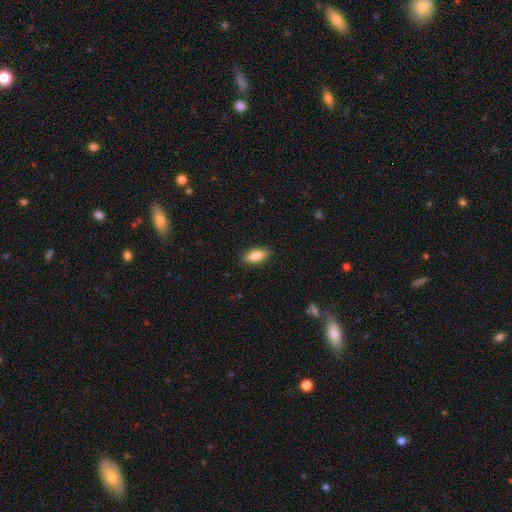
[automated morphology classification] type=smooth (82%); roundness=in between (80%); merging=none (88%).